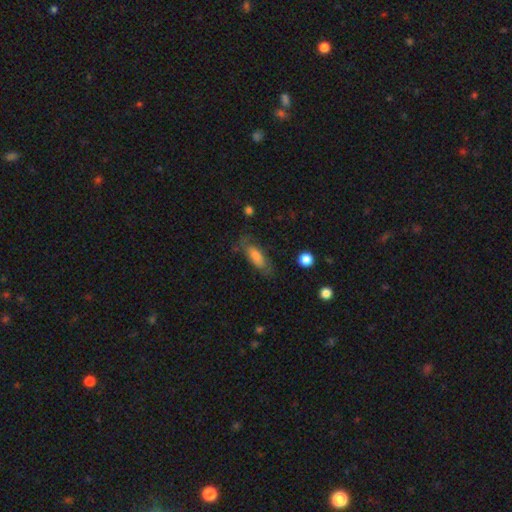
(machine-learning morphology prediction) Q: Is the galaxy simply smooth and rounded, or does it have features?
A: smooth — 66%.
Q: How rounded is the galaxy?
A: in between — 67%.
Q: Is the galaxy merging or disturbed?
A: none — 65%.